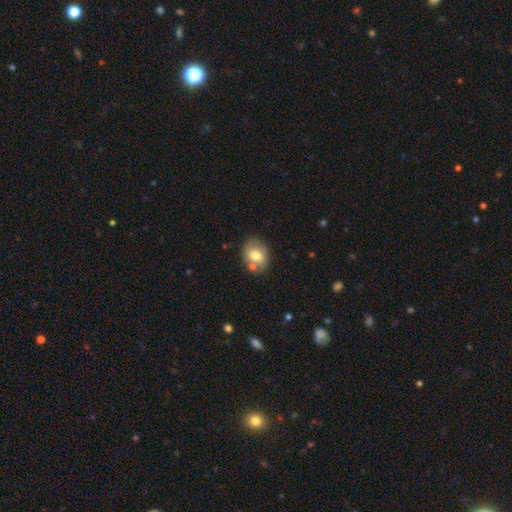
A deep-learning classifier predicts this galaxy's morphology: Overall: smooth (70%). How rounded: in between (55%; round 44%). Merging: none (67%).